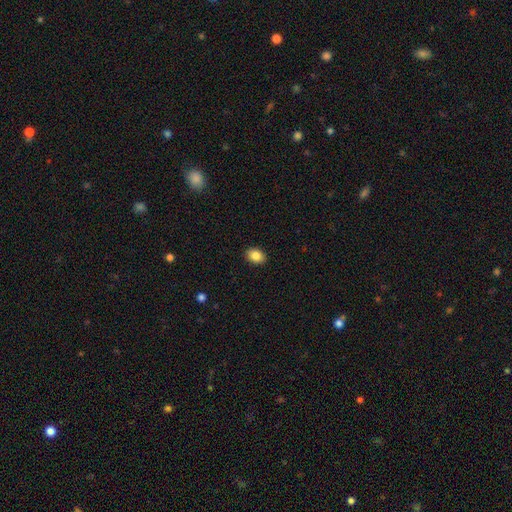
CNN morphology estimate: Smooth or featured? smooth (86%)
How rounded? in between (74%)
Merging? none (90%)